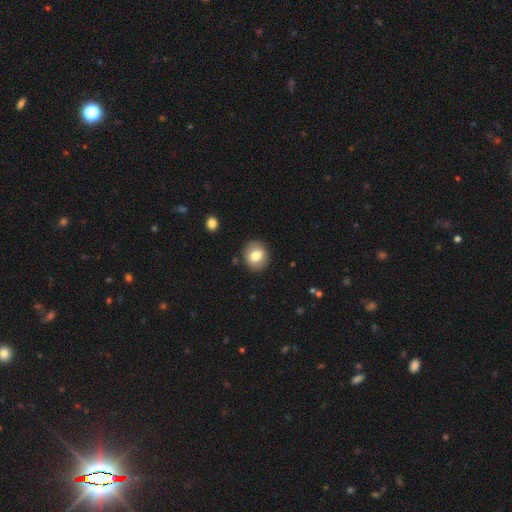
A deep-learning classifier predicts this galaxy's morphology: This is clearly a smooth galaxy (80%). How rounded: likely round (80%). Merging: clearly none (89%).